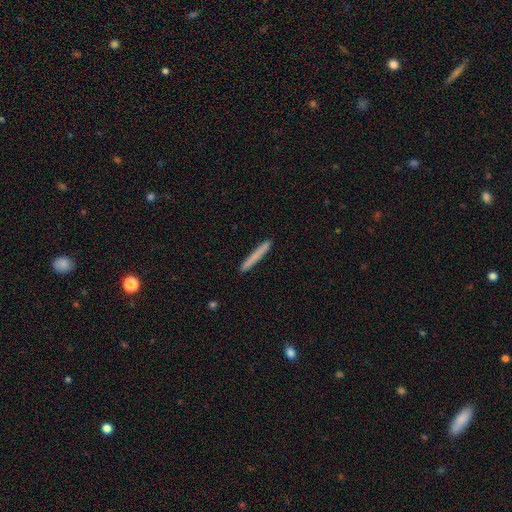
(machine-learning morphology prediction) The model was most divided on "smooth or featured": smooth: 75%, featured or disk: 19%, star or artifact: 6%. More confident: how rounded — cigar-shaped (97%); merging — none (92%).